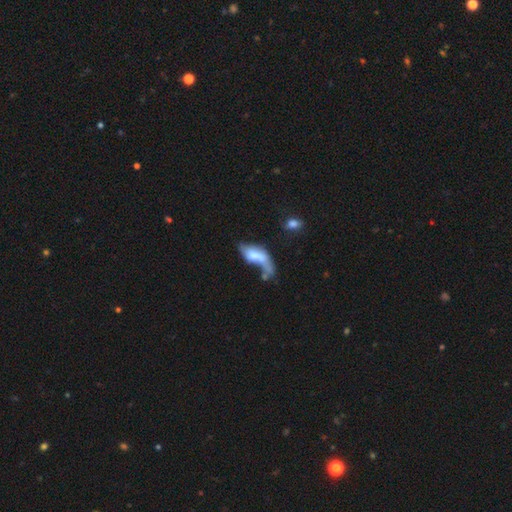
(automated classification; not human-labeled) A smooth galaxy with no disk features (51%) that is in between round and cigar-shaped (75%). Merging: merger (35%).